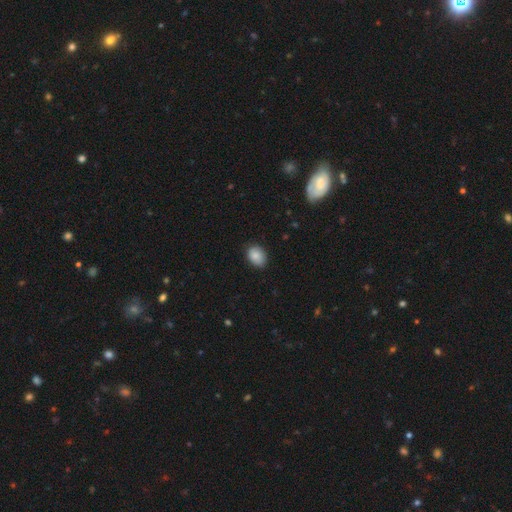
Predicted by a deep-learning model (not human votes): Smooth or featured?
  - smooth: 87% *
  - star or artifact: 8%
  - featured or disk: 5%
How rounded?
  - in between: 73% *
  - round: 26%
  - cigar-shaped: 1%
Merging?
  - none: 84% *
  - minor disturbance: 13%
  - major disturbance: 2%
  - merger: 1%